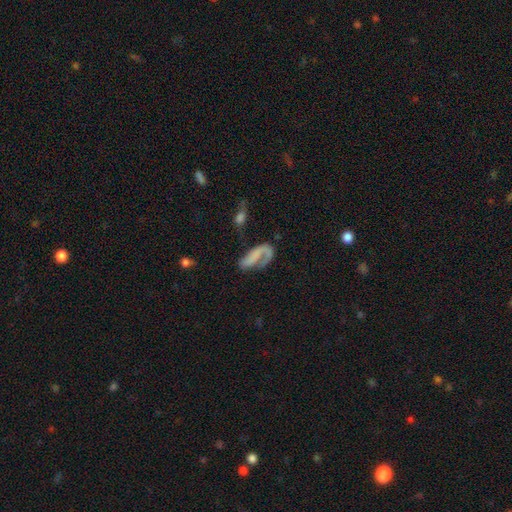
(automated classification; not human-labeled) featured or disk 61%, smooth 30%, star or artifact 10%. Down the decision tree: edge-on disk — no (95%); bar — no (61%); spiral arms — yes (81%); bulge size — none (69%); merging — none (38%).